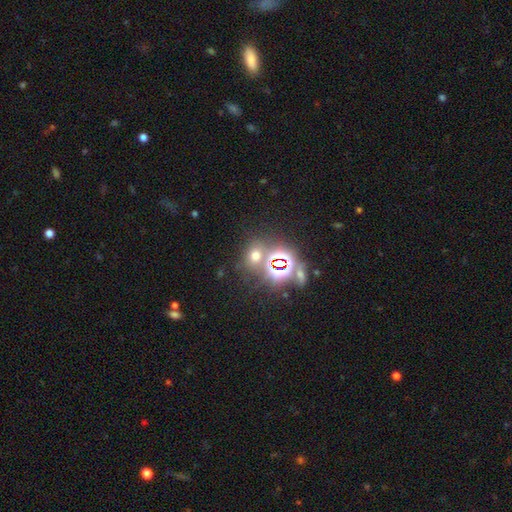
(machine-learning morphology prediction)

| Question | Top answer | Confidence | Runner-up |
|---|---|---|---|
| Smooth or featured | smooth | 48% | star or artifact (44%) |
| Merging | none | 65% | merger (19%) |